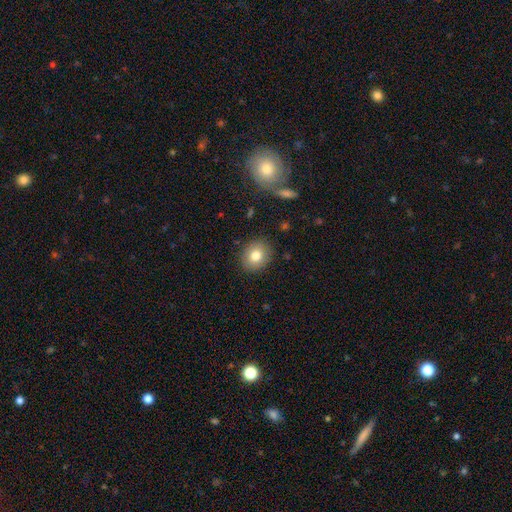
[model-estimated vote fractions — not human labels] smooth-or-featured: smooth: 79% | featured or disk: 12% | star or artifact: 10%
  how-rounded: round: 68% | in between: 31% | cigar-shaped: 1%
  merging: none: 88% | minor disturbance: 8% | major disturbance: 2% | merger: 1%